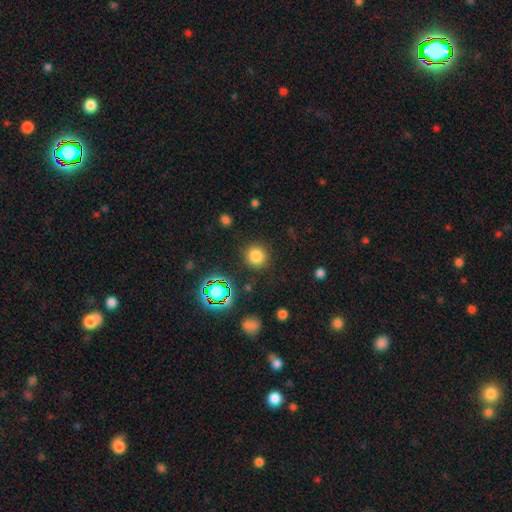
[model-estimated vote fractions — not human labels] Smooth or featured? smooth (77%)
How rounded? round (93%)
Merging? none (88%)